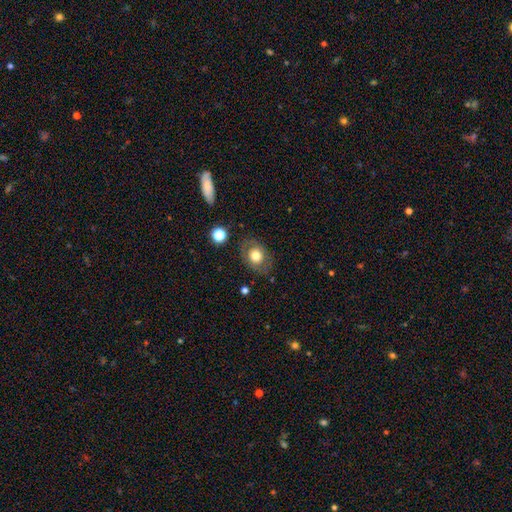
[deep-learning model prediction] A smooth galaxy with no disk features (71%) that is in between round and cigar-shaped (56%).

Vote fractions:
- Smooth or featured? smooth: 71% / featured or disk: 21% / star or artifact: 9%
- How rounded? in between: 56% / round: 43% / cigar-shaped: 1%
- Merging? none: 79% / minor disturbance: 13% / major disturbance: 6% / merger: 2%